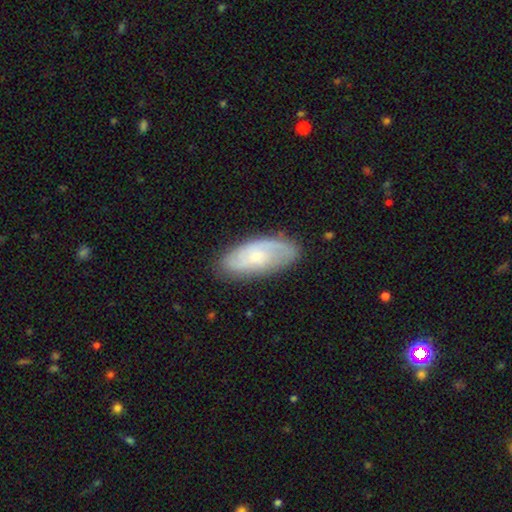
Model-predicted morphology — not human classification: Smooth or featured? featured or disk (62%)
Edge-on disk? no (92%)
Bar? no (68%)
Spiral arms? yes (88%)
Bulge size? small (67%)
Merging? none (77%)